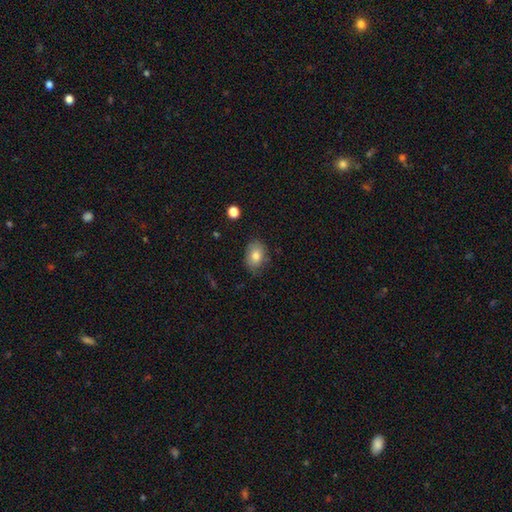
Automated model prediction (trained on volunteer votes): Smooth or featured: smooth — 80% (featured or disk — 11%)
How rounded: in between — 75% (round — 24%)
Merging: none — 75% (minor disturbance — 20%)